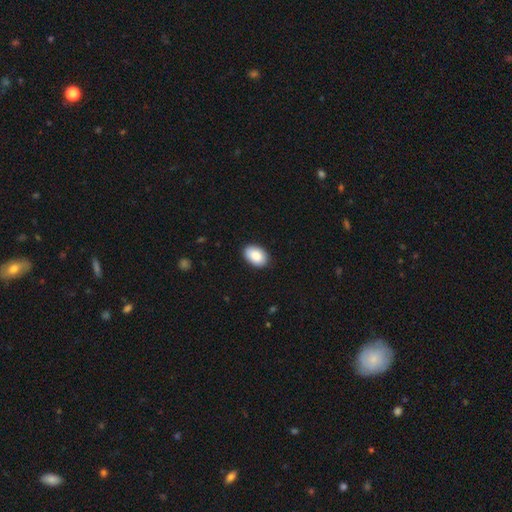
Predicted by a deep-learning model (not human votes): Smooth or featured? Predicted: smooth (p=0.88). How rounded? Predicted: in between (p=0.90). Merging? Predicted: none (p=0.88).